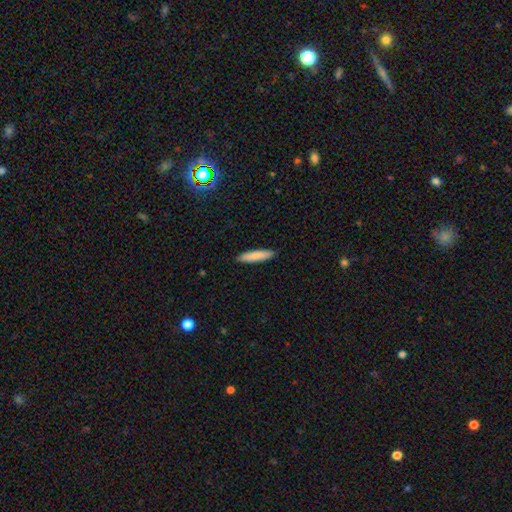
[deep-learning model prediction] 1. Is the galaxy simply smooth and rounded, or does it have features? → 84% smooth, 10% featured or disk, 6% star or artifact.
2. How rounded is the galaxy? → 85% cigar-shaped, 14% in between, 1% round.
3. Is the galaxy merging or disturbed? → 91% none, 6% minor disturbance, 1% major disturbance, 1% merger.